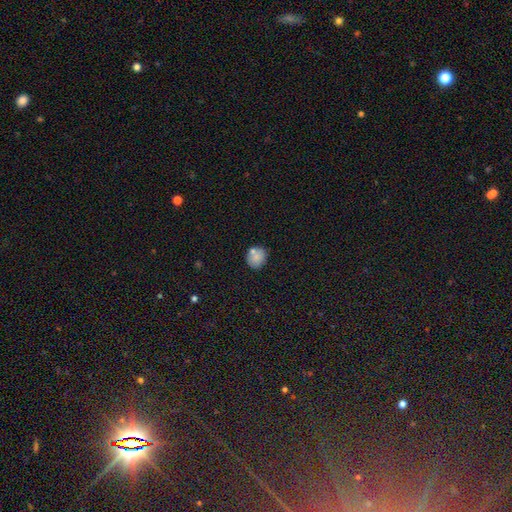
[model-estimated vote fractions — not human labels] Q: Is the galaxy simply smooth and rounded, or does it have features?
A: smooth — 80%.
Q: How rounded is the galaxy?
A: round — 77%.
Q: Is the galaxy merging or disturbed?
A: none — 71%.